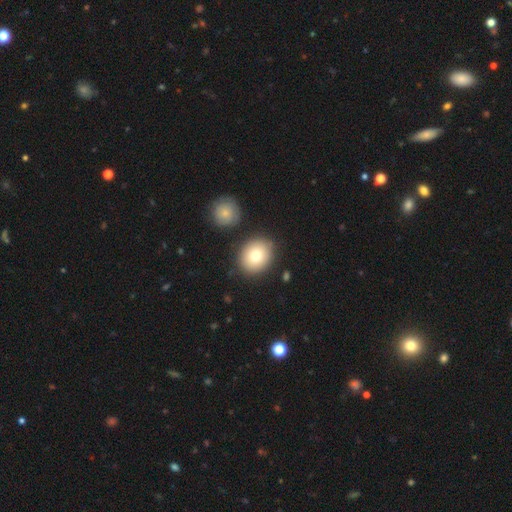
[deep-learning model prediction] Smooth or featured? Predicted: smooth (p=0.77). How rounded? Predicted: round (p=0.70). Merging? Predicted: none (p=0.83).